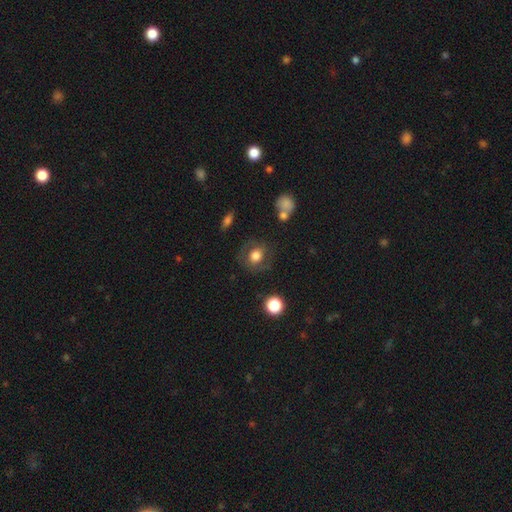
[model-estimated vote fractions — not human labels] A smooth galaxy with no disk features (68%) that is round (75%). Merging: none (75%).